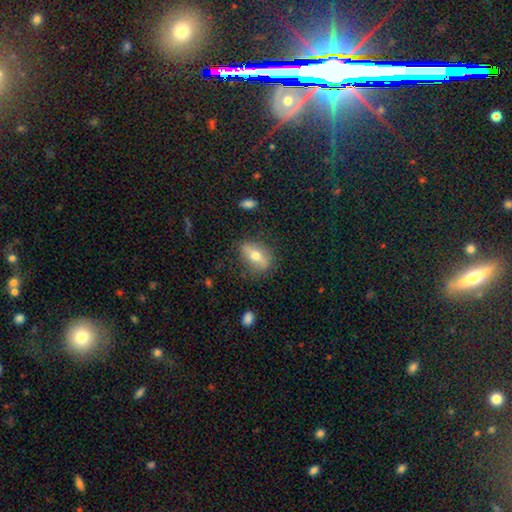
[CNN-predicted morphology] A smooth galaxy with no disk features (57%) that is in between round and cigar-shaped (79%).

Vote fractions:
- Smooth or featured? smooth: 57% / featured or disk: 35% / star or artifact: 8%
- How rounded? in between: 79% / round: 13% / cigar-shaped: 8%
- Merging? none: 76% / minor disturbance: 17% / major disturbance: 5% / merger: 2%